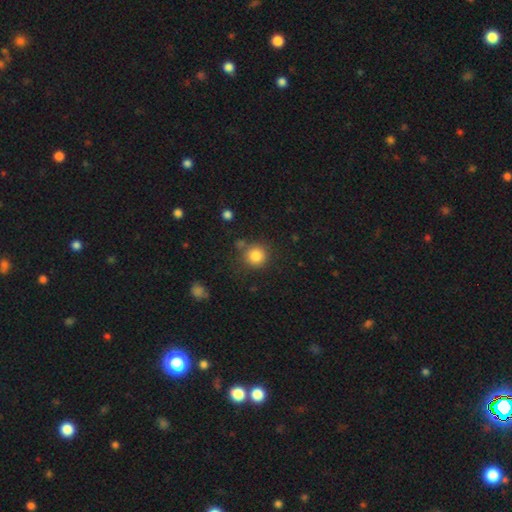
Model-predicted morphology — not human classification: Q: Smooth or featured?
A: smooth (84%); runner-up: star or artifact (11%)
Q: How rounded?
A: round (91%); runner-up: in between (8%)
Q: Merging?
A: none (78%); runner-up: minor disturbance (10%)